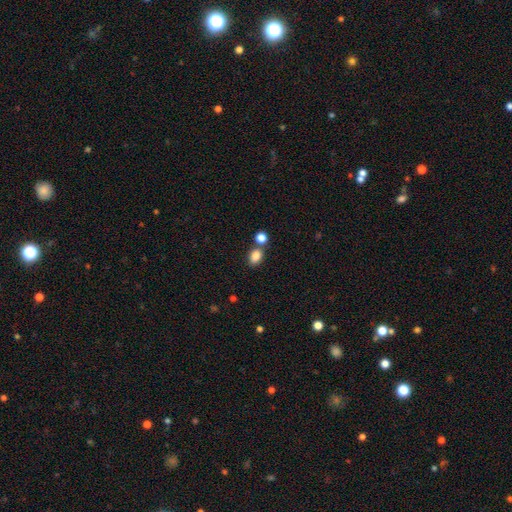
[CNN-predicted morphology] A smooth galaxy with no disk features (84%) that is in between round and cigar-shaped (73%). Merging: none (66%).